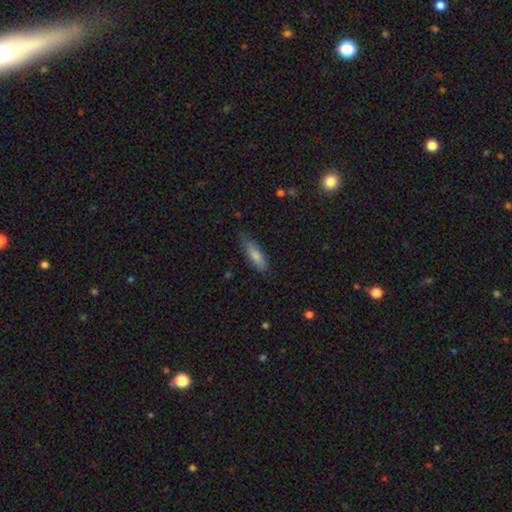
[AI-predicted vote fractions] This is clearly a smooth galaxy (81%). How rounded: possibly in between (50%). Merging: likely none (67%).